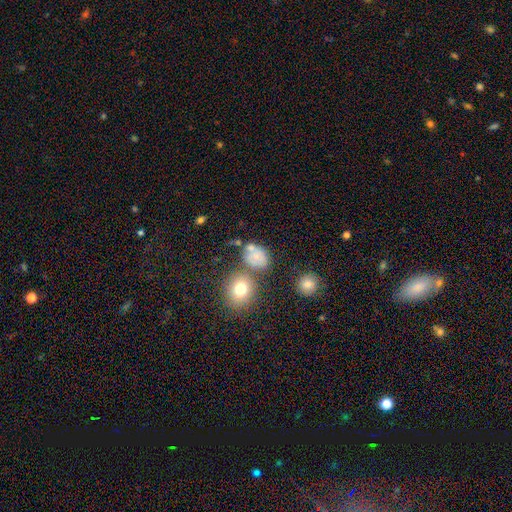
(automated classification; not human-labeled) smooth_or_featured: smooth (p=0.65) [alt: featured or disk p=0.20]
how_rounded: round (p=0.52) [alt: in between p=0.47]
merging: none (p=0.51) [alt: minor disturbance p=0.20]